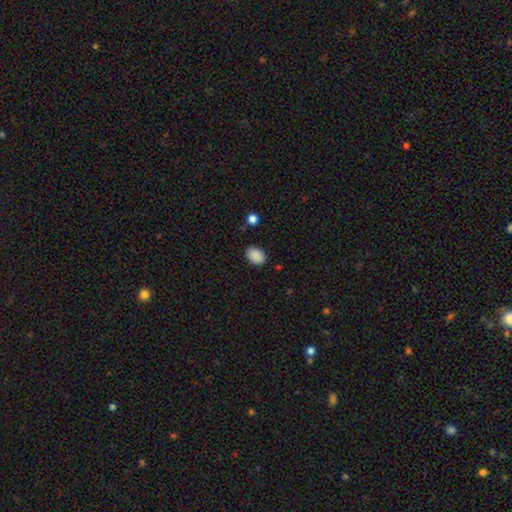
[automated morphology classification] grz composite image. It shows a smooth galaxy with no disk features (90%) that is in between round and cigar-shaped (78%). Merging: none (86%).